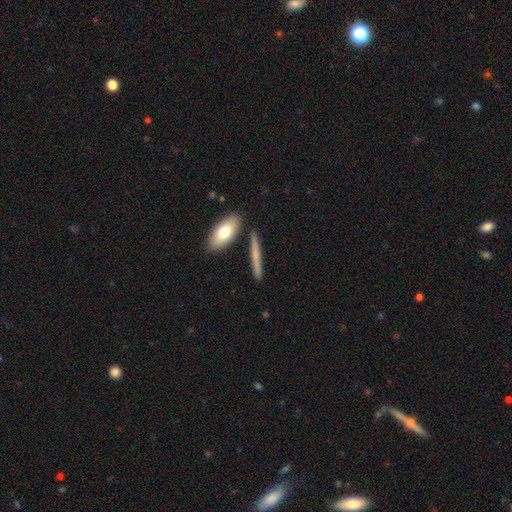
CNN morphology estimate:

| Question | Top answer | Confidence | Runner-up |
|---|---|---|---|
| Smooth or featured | smooth | 63% | featured or disk (31%) |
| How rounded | cigar-shaped | 84% | in between (13%) |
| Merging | none | 84% | minor disturbance (8%) |